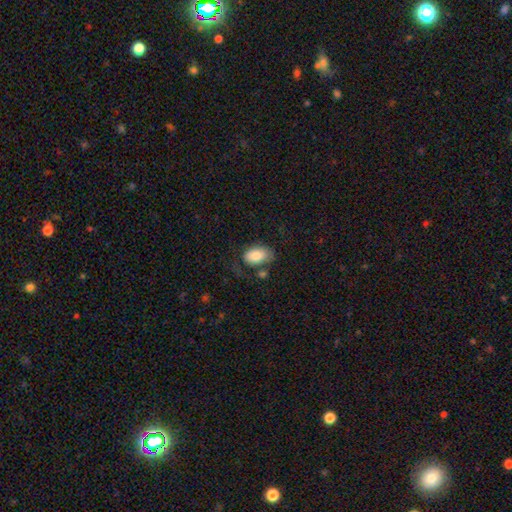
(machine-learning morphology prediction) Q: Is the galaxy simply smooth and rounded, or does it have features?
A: smooth — 82%.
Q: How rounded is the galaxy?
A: in between — 92%.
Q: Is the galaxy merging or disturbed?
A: none — 53%.